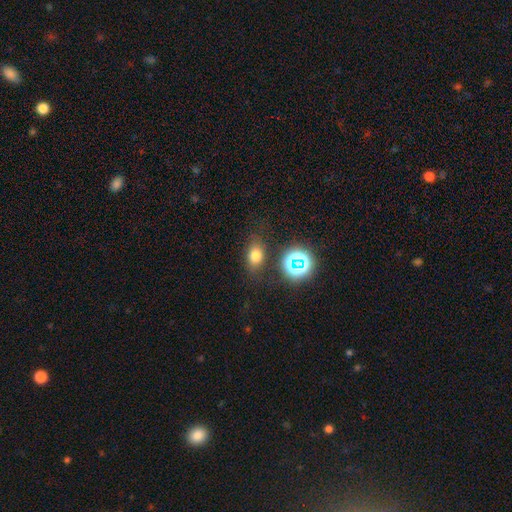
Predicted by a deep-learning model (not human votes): This appears to be a smooth galaxy with no disk features (70%) that is in between round and cigar-shaped (70%). Merging: none (77%).